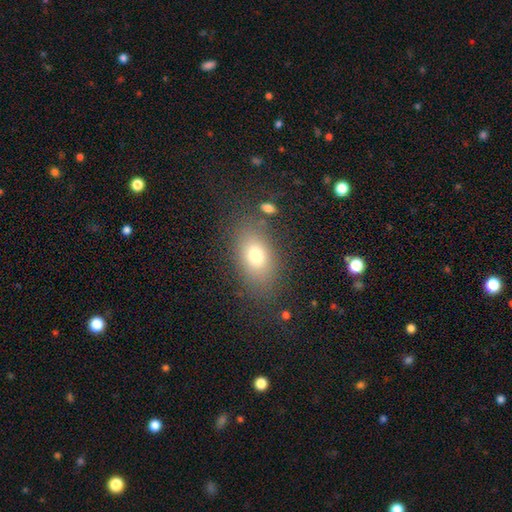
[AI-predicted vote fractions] Smooth or featured: smooth — 75% (featured or disk — 14%)
How rounded: in between — 83% (round — 14%)
Merging: none — 79% (minor disturbance — 12%)